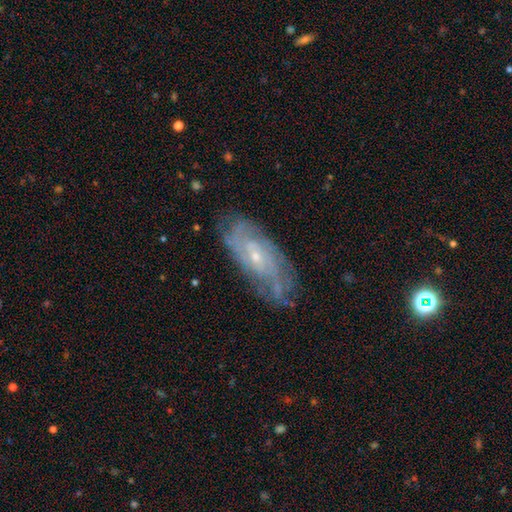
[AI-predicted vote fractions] Smooth or featured?
  - featured or disk: 80% *
  - smooth: 14%
  - star or artifact: 7%
Edge-on disk?
  - no: 90% *
  - yes: 10%
Bar?
  - no: 66% *
  - weak: 29%
  - strong: 6%
Spiral arms?
  - yes: 89% *
  - no: 11%
Spiral winding?
  - tight: 58% *
  - medium: 32%
  - loose: 10%
Spiral arm count?
  - can't tell: 48% *
  - 2: 20%
  - 3: 12%
  - 4: 10%
  - more than 4: 5%
  - 1: 5%
Bulge size?
  - small: 74% *
  - moderate: 23%
  - none: 2%
  - large: 1%
  - dominant: 1%
Merging?
  - none: 70% *
  - minor disturbance: 21%
  - major disturbance: 7%
  - merger: 2%